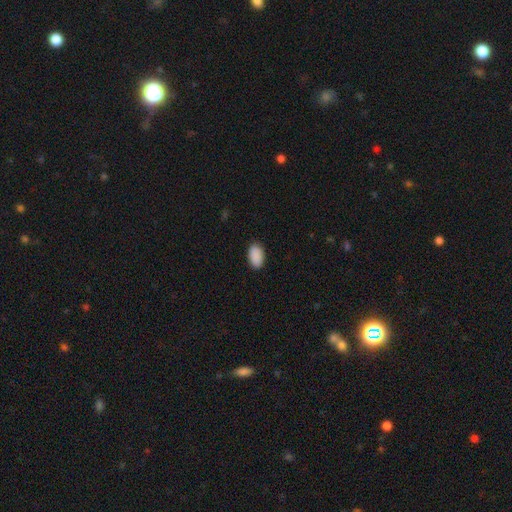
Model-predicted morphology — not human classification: Overall: smooth (91%). How rounded: in between (93%). Merging: none (88%).